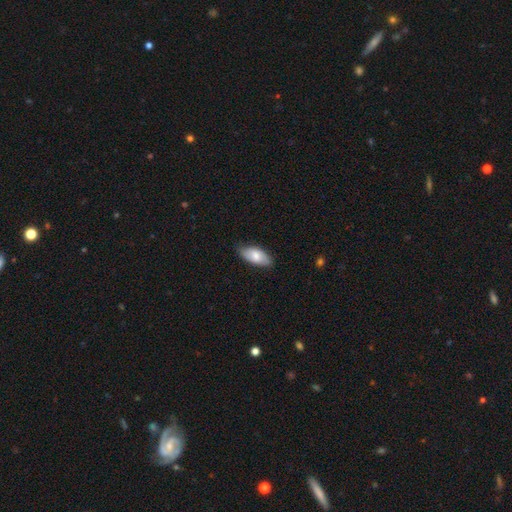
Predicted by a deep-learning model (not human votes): smooth-or-featured: smooth: 74% | featured or disk: 20% | star or artifact: 6%
  how-rounded: in between: 91% | cigar-shaped: 7% | round: 2%
  merging: none: 79% | minor disturbance: 17% | major disturbance: 3% | merger: 1%